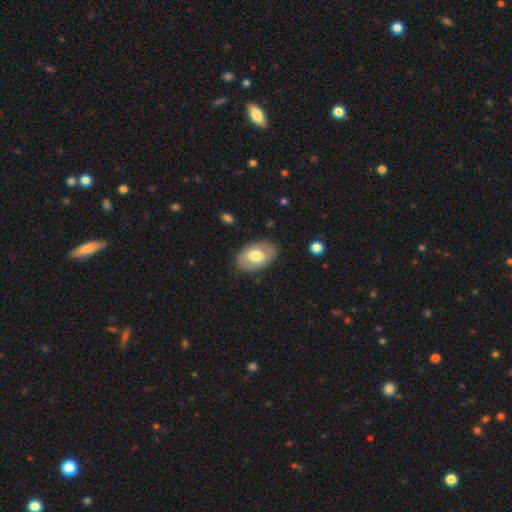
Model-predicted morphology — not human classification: Smooth or featured?
  - smooth: 65% *
  - featured or disk: 29%
  - star or artifact: 6%
How rounded?
  - in between: 90% *
  - round: 9%
  - cigar-shaped: 1%
Merging?
  - none: 83% *
  - minor disturbance: 12%
  - major disturbance: 3%
  - merger: 1%